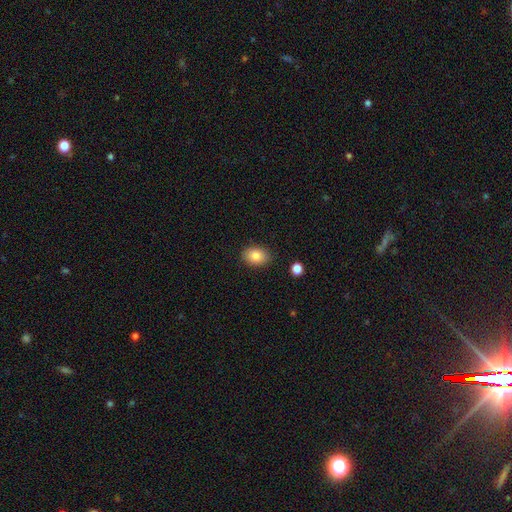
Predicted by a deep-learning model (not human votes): Smooth or featured: smooth — 85% (star or artifact — 8%)
How rounded: in between — 79% (round — 20%)
Merging: none — 87% (minor disturbance — 9%)